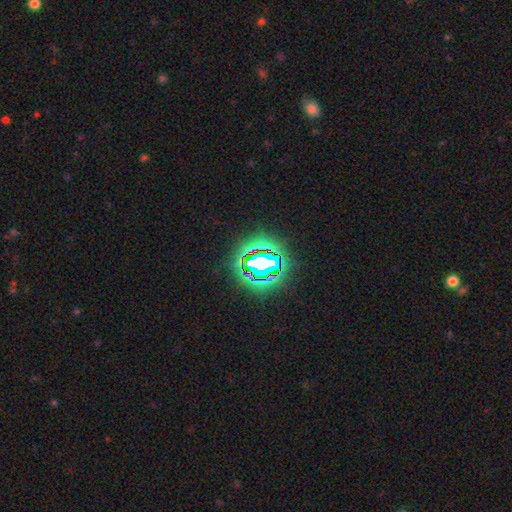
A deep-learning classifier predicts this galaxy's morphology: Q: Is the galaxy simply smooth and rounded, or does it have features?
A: star or artifact — 77%.